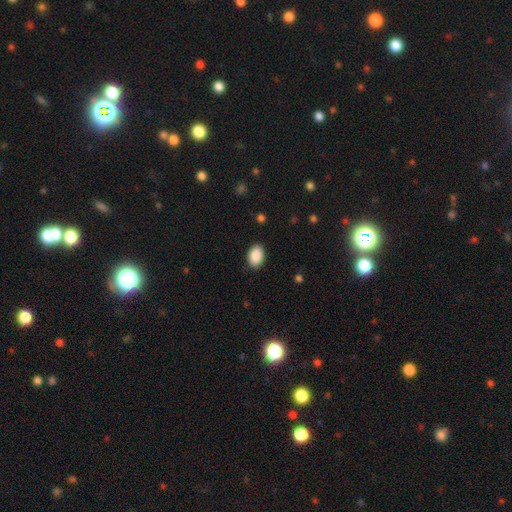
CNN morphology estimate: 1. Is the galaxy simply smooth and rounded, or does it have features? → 90% smooth, 7% star or artifact, 3% featured or disk.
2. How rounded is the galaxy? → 87% in between, 12% round, 1% cigar-shaped.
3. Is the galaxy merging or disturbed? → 89% none, 8% minor disturbance, 2% major disturbance, 1% merger.